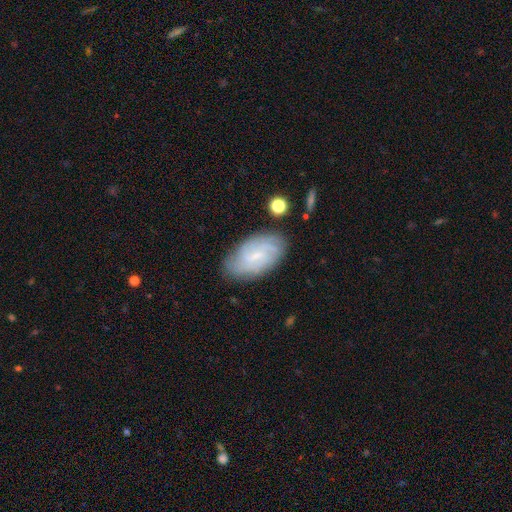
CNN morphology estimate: featured or disk 66%, smooth 26%, star or artifact 8%. Down the decision tree: edge-on disk — no (95%); bar — weak (48%); spiral arms — yes (92%); spiral arm count — can't tell (41%); spiral winding — tight (59%); bulge size — small (73%); merging — none (79%).